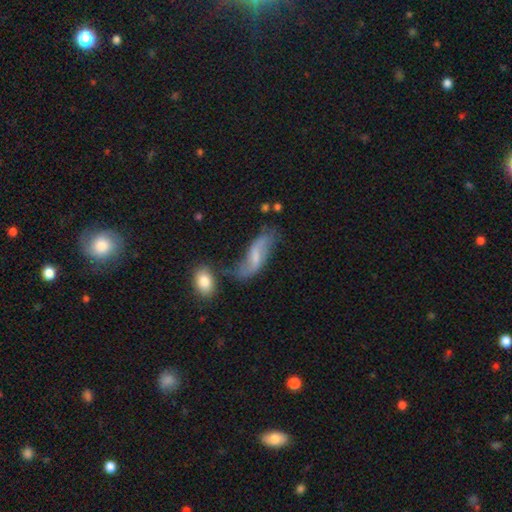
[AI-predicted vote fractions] Smooth or featured? featured or disk (63%)
Edge-on disk? no (88%)
Bar? weak (48%)
Spiral arms? yes (85%)
Bulge size? small (48%)
Merging? none (55%)